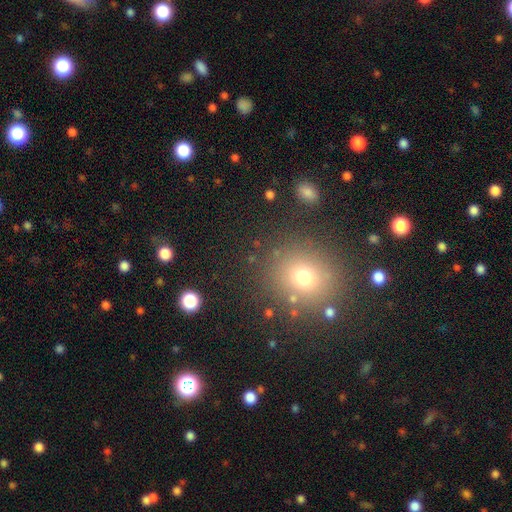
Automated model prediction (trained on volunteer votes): Smooth or featured? Predicted: smooth (p=0.55). How rounded? Predicted: round (p=0.86). Merging? Predicted: none (p=0.87).